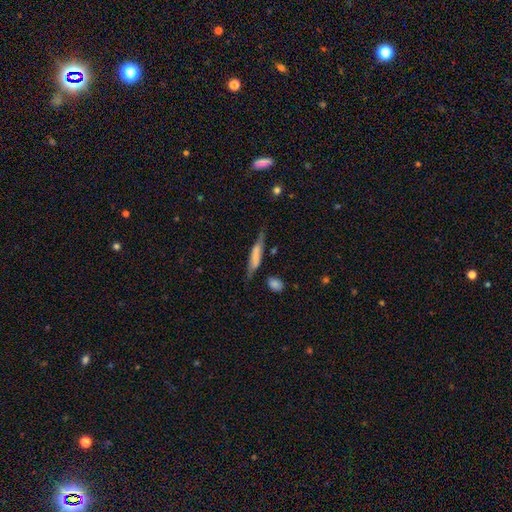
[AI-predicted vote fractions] smooth-or-featured: smooth: 60% | featured or disk: 34% | star or artifact: 7%
  how-rounded: cigar-shaped: 81% | in between: 17% | round: 2%
  merging: none: 60% | minor disturbance: 26% | major disturbance: 9% | merger: 5%